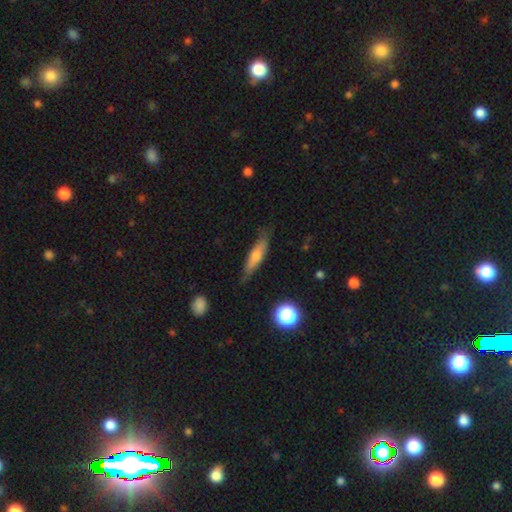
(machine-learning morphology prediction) This is possibly a smooth galaxy (55%). How rounded: likely cigar-shaped (76%). Merging: likely none (77%).